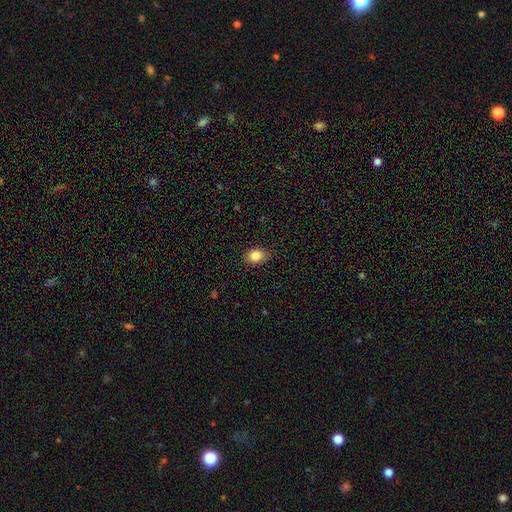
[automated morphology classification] type=smooth (84%); roundness=in between (60%); merging=none (84%).